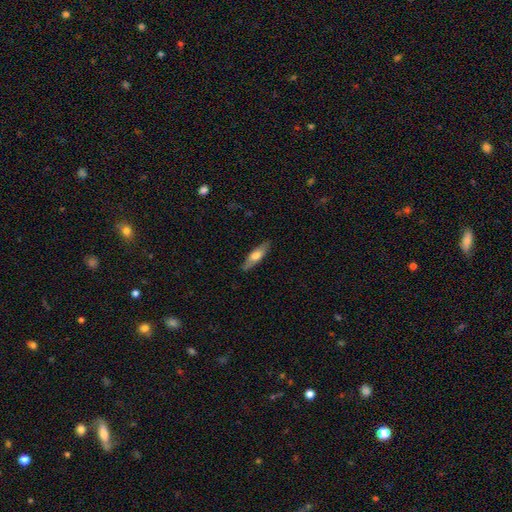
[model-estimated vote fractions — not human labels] Smooth or featured: smooth — 62% (featured or disk — 33%)
How rounded: cigar-shaped — 58% (in between — 40%)
Merging: none — 86% (minor disturbance — 11%)